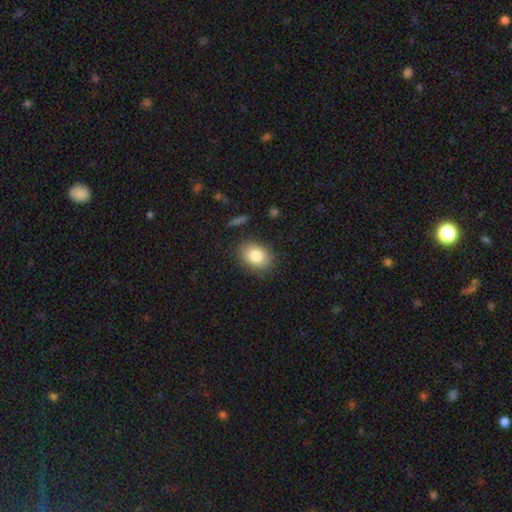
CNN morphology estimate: Overall: smooth (83%). How rounded: in between (67%; round 32%). Merging: none (85%).